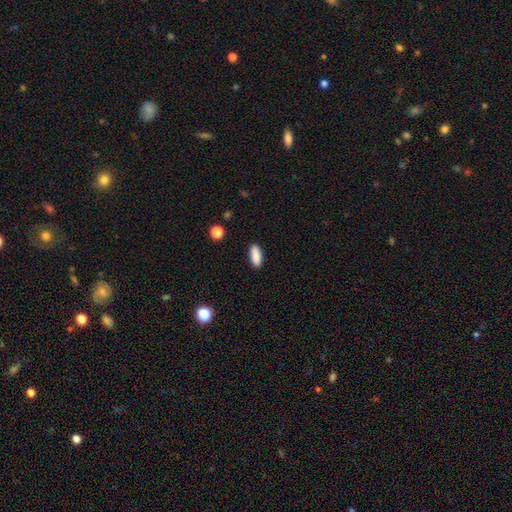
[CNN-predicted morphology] Smooth or featured? Predicted: smooth (p=0.88). How rounded? Predicted: in between (p=0.72). Merging? Predicted: none (p=0.88).